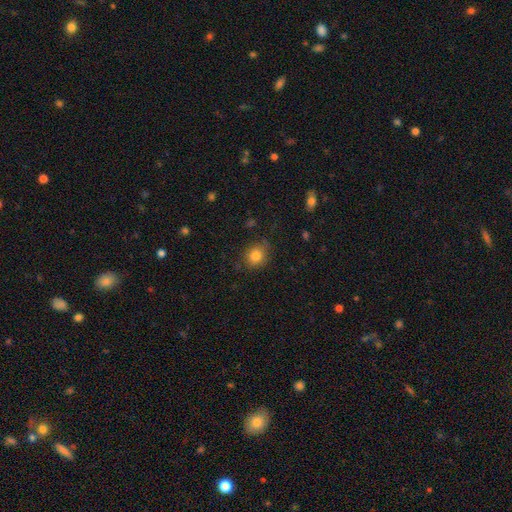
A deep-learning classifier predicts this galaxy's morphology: A smooth galaxy with no disk features (83%) that is round (65%).

Vote fractions:
- Smooth or featured? smooth: 83% / star or artifact: 11% / featured or disk: 7%
- How rounded? round: 65% / in between: 34% / cigar-shaped: 1%
- Merging? none: 80% / minor disturbance: 15% / major disturbance: 4% / merger: 1%